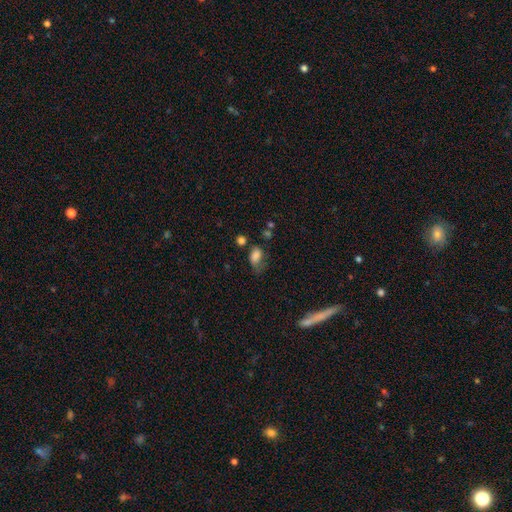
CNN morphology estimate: The model was most divided on "merging": none: 36%, minor disturbance: 32%, major disturbance: 26%, merger: 6%. More confident: how rounded — in between (84%); smooth or featured — smooth (80%).